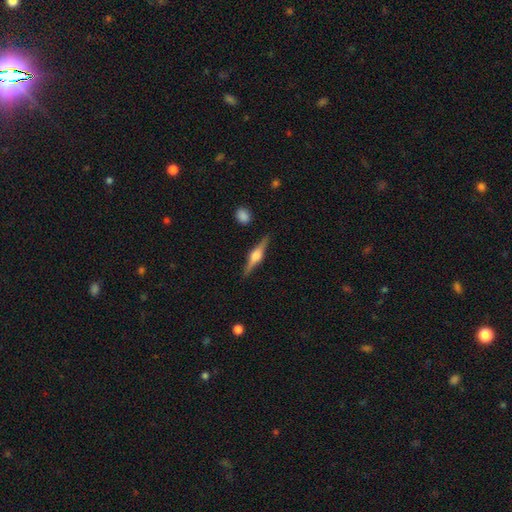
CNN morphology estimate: This appears to be a featured or disk galaxy (78%) viewed edge-on (98%) with a rounded central bulge (89%). Merging: none (89%).